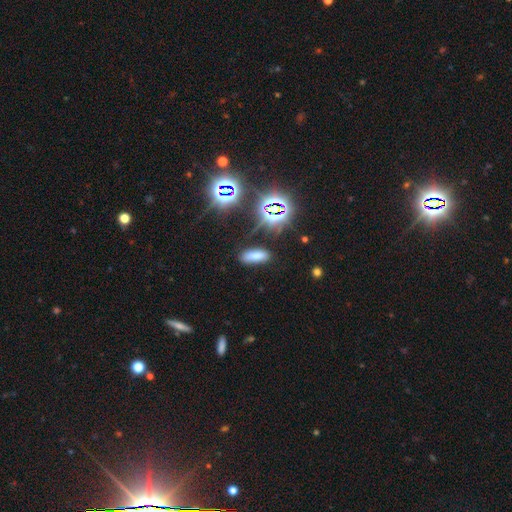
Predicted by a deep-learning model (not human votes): This is likely a smooth galaxy (62%). How rounded: likely in between (68%). Merging: clearly none (81%).